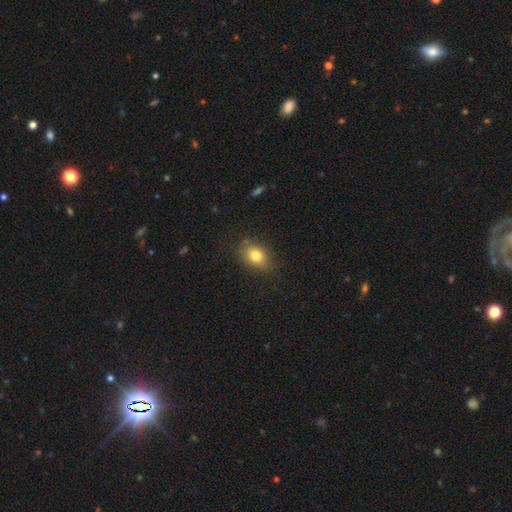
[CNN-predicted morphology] smooth_or_featured: smooth (p=0.79) [alt: featured or disk p=0.11]
how_rounded: in between (p=0.69) [alt: round p=0.29]
merging: none (p=0.80) [alt: minor disturbance p=0.15]